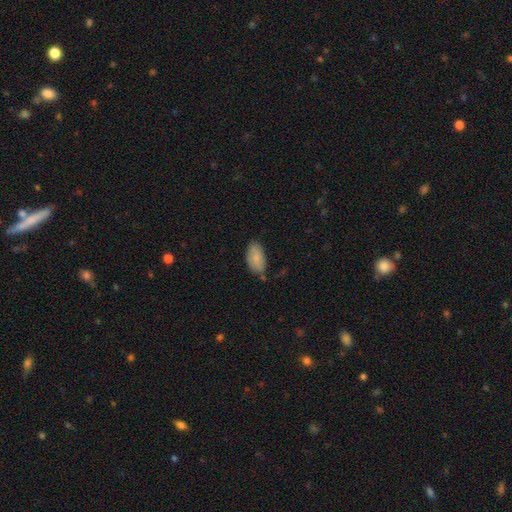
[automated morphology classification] Smooth or featured? Predicted: smooth (p=0.83). How rounded? Predicted: in between (p=0.94). Merging? Predicted: none (p=0.66).